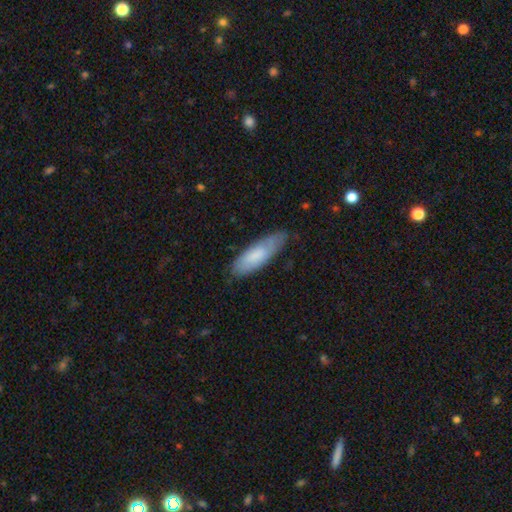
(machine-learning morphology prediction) Smooth or featured: smooth — 77% (featured or disk — 18%)
How rounded: in between — 54% (cigar-shaped — 44%)
Merging: none — 72% (minor disturbance — 23%)